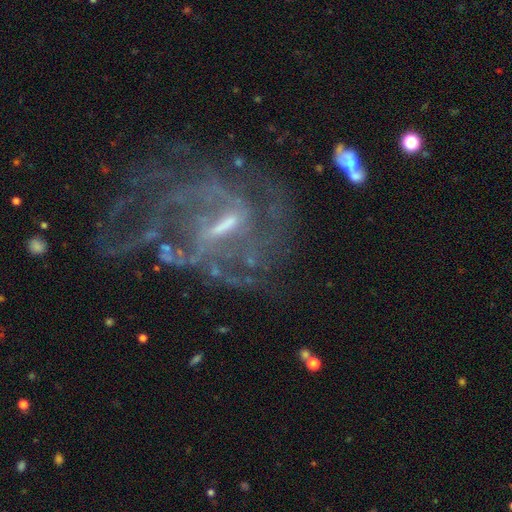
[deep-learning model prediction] The model was most divided on "spiral arm count" (2-way tie): can't tell: 31%, 2: 31%, 3: 15%, 4: 10%, 1: 7%, more than 4: 7%. Remaining: edge-on disk — no (96%); spiral arms — yes (90%); smooth or featured — featured or disk (85%); merging — none (52%); spiral winding — medium (45%); bar — weak (44%); bulge size — small (42%).